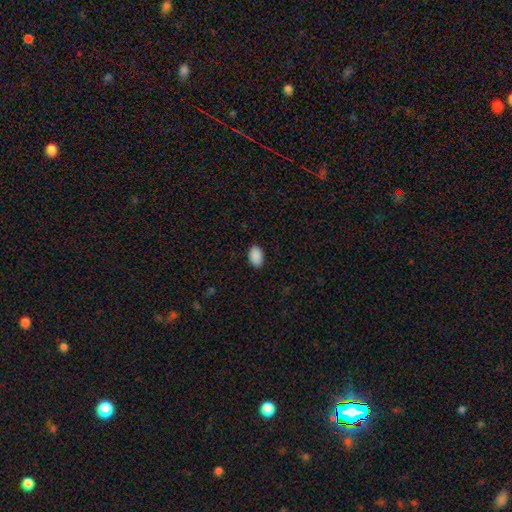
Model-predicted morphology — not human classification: Overall: smooth (91%). How rounded: in between (91%). Merging: none (89%).